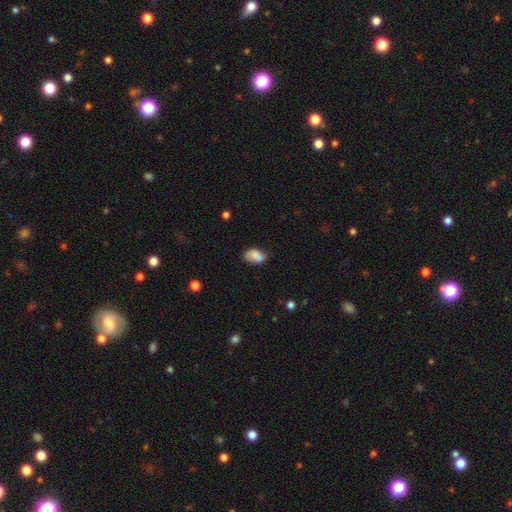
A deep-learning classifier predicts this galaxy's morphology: Q: Smooth or featured?
A: smooth (78%); runner-up: featured or disk (13%)
Q: How rounded?
A: in between (88%); runner-up: round (10%)
Q: Merging?
A: none (62%); runner-up: minor disturbance (28%)